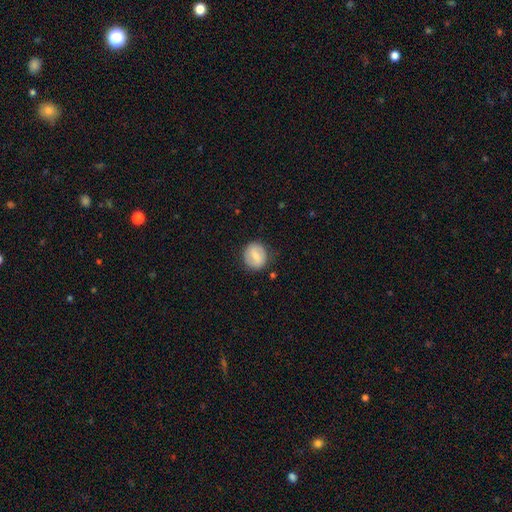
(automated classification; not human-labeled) Smooth or featured: smooth — 67% (featured or disk — 26%)
How rounded: round — 74% (in between — 25%)
Merging: none — 81% (minor disturbance — 14%)